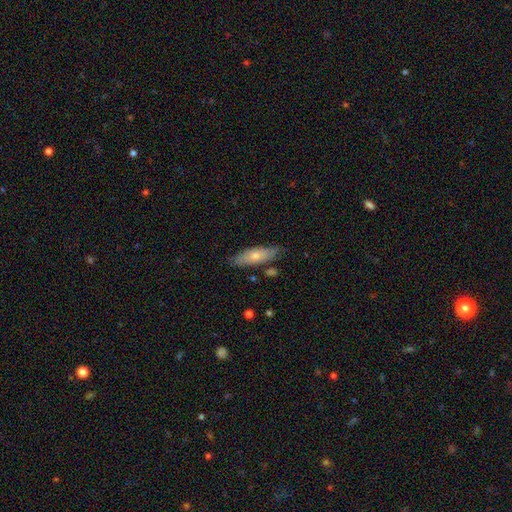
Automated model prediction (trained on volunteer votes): Smooth or featured? smooth (65%)
How rounded? in between (56%)
Merging? none (76%)